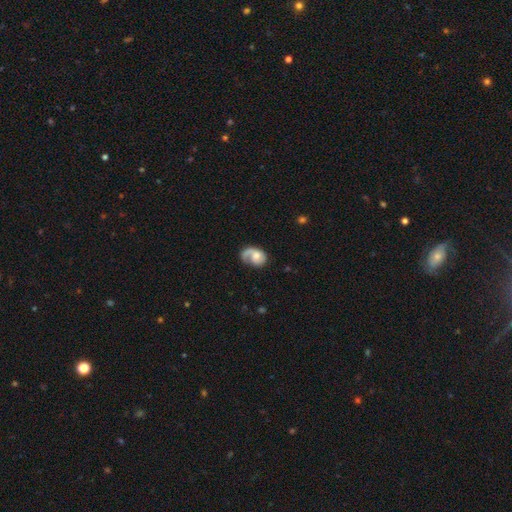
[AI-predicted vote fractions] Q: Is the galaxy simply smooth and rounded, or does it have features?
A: featured or disk — 66%.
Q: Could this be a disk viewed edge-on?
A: no — 98%.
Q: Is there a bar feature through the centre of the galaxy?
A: no — 74%.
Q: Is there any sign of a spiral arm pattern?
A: yes — 90%.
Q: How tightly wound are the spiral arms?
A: loose — 37%.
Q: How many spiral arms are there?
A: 1 — 82%.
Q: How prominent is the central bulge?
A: moderate — 47%.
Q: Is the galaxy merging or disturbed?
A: none — 46%.